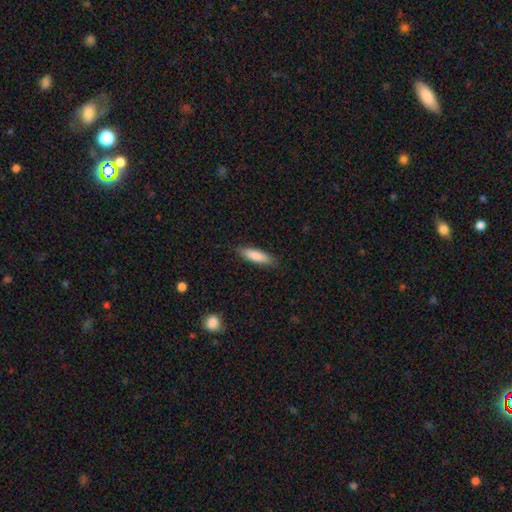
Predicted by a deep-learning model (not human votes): Smooth or featured?
  - smooth: 84% *
  - featured or disk: 11%
  - star or artifact: 6%
How rounded?
  - cigar-shaped: 61% *
  - in between: 37%
  - round: 1%
Merging?
  - none: 86% *
  - minor disturbance: 10%
  - major disturbance: 2%
  - merger: 1%